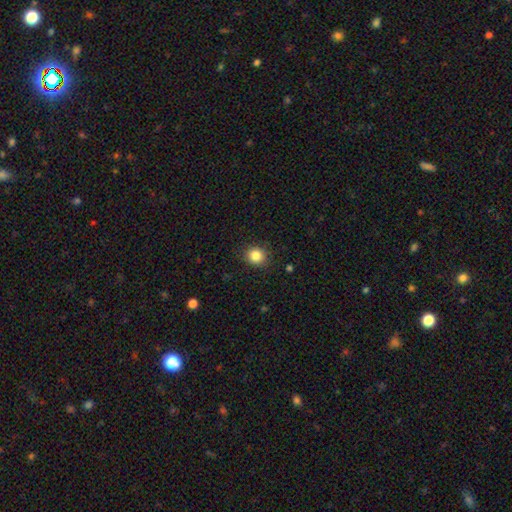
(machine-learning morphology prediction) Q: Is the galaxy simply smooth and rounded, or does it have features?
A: smooth — 85%.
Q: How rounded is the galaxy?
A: round — 84%.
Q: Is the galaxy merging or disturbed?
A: none — 89%.